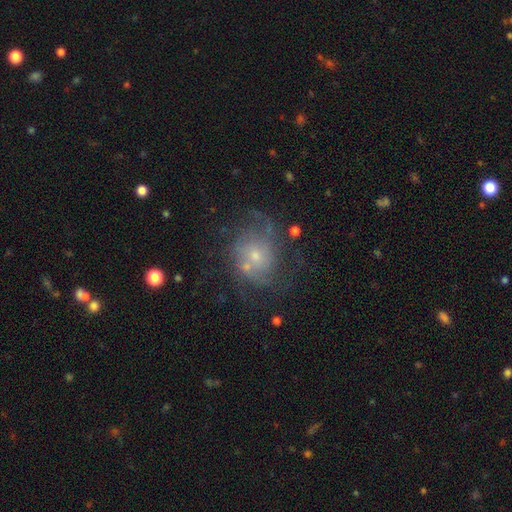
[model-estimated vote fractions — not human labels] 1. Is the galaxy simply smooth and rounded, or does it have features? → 65% featured or disk, 20% smooth, 15% star or artifact.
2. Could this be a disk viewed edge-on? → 97% no, 3% yes.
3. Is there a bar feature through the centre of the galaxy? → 75% no, 22% weak, 4% strong.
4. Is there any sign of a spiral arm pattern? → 84% yes, 16% no.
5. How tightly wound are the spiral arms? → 41% medium, 40% tight, 19% loose.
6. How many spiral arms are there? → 39% can't tell, 33% 2, 12% 3, 6% 1, 5% 4, 4% more than 4.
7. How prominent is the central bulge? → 60% small, 33% moderate, 3% none, 3% large, 1% dominant.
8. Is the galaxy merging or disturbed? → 61% none, 18% minor disturbance, 14% major disturbance, 6% merger.